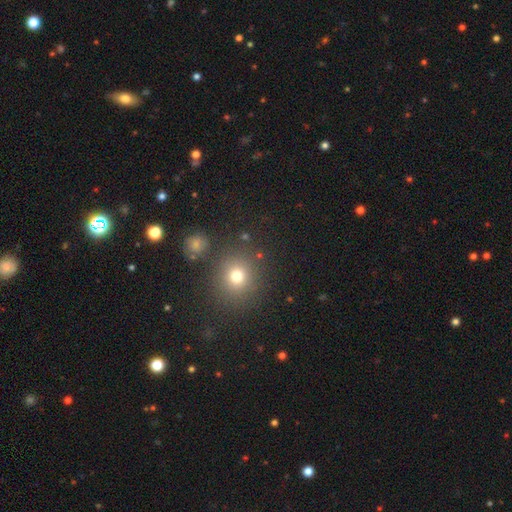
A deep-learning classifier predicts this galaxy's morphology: The model was most divided on "smooth or featured": smooth: 60%, star or artifact: 33%, featured or disk: 7%. More confident: how rounded — round (87%); merging — none (85%).